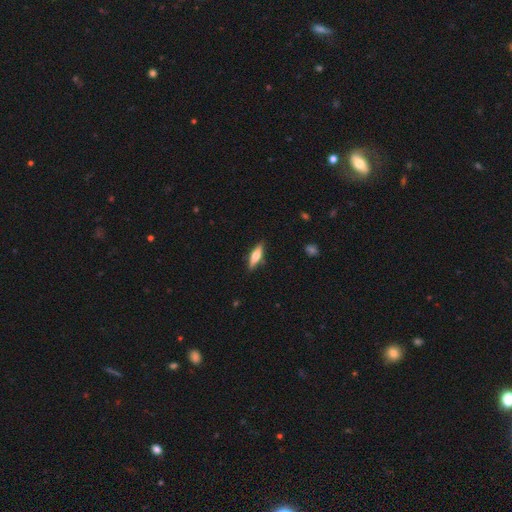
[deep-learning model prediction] The model was most divided on "smooth or featured": smooth: 48%, featured or disk: 46%, star or artifact: 6%. More confident: merging — none (88%).